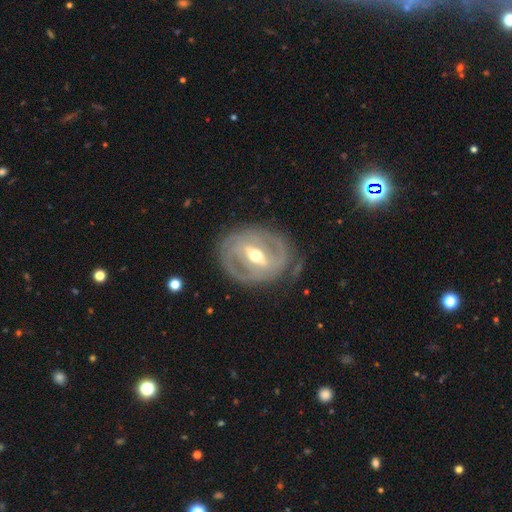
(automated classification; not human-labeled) featured or disk 85%, smooth 10%, star or artifact 5%. Down the decision tree: edge-on disk — no (94%); bar — strong (56%); spiral arms — yes (83%); spiral arm count — 2 (54%); spiral winding — tight (64%); bulge size — moderate (70%); merging — none (74%).